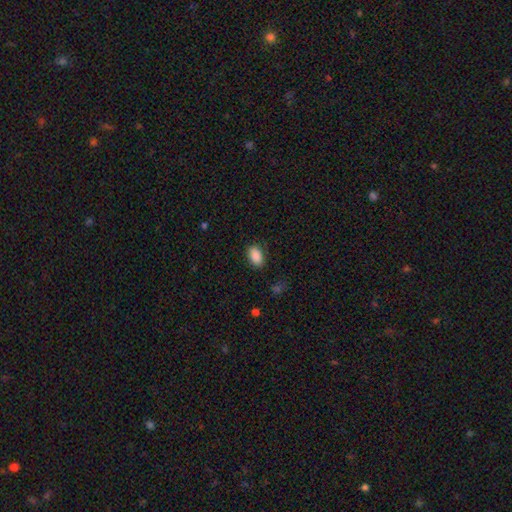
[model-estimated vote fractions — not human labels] smooth 89%, star or artifact 8%, featured or disk 4%. Down the decision tree: how rounded — in between (90%); merging — none (84%).